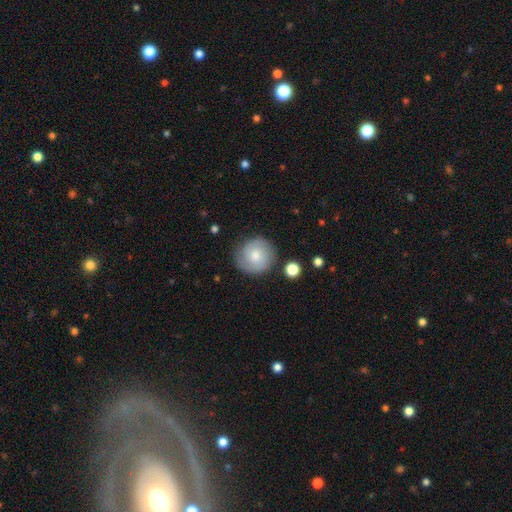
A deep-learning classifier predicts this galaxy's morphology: smooth_or_featured: smooth (p=0.61) [alt: featured or disk p=0.31]
how_rounded: round (p=0.93) [alt: in between p=0.06]
merging: none (p=0.81) [alt: minor disturbance p=0.12]